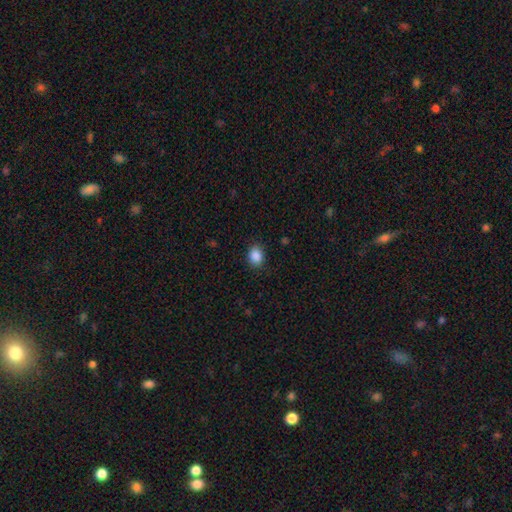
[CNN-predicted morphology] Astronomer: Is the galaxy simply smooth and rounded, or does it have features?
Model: smooth — 88%.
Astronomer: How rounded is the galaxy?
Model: in between — 52% (runner-up: round, 47%).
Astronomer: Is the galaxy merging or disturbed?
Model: none — 86%.